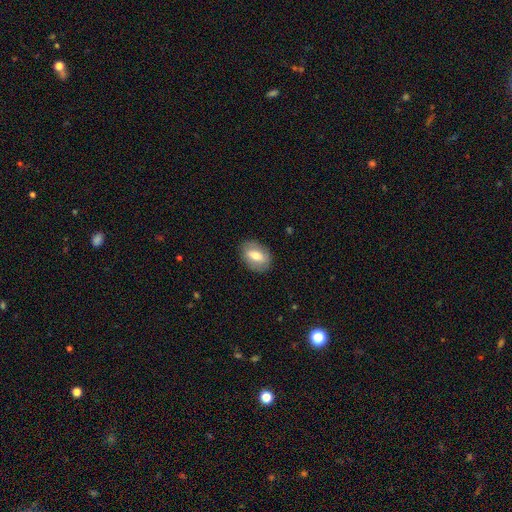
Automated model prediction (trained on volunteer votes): Overall: smooth (58%; featured or disk 35%). How rounded: in between (80%). Merging: none (84%).